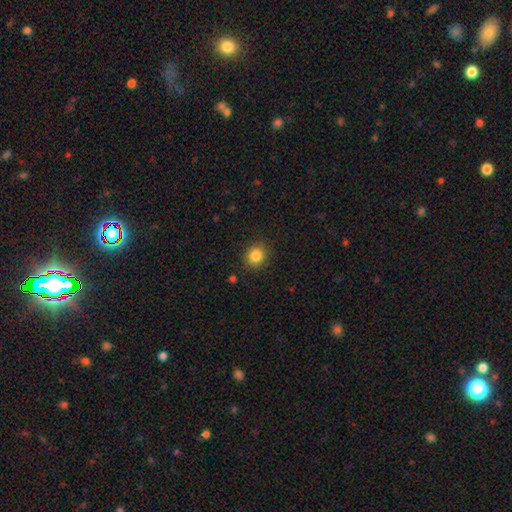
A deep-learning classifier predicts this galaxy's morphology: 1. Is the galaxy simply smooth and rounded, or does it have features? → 85% smooth, 10% star or artifact, 5% featured or disk.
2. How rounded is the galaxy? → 82% round, 17% in between, 1% cigar-shaped.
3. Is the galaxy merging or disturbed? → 89% none, 8% minor disturbance, 2% major disturbance, 1% merger.